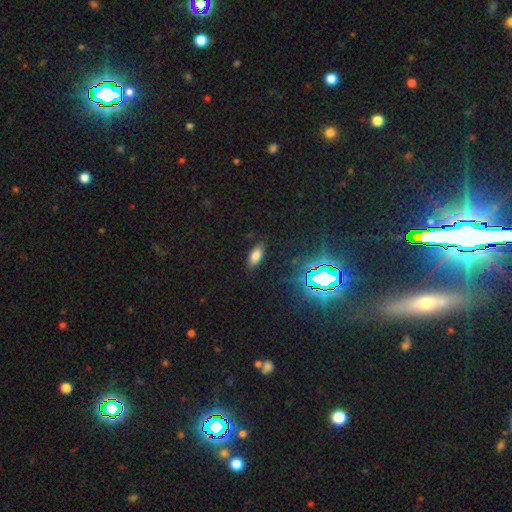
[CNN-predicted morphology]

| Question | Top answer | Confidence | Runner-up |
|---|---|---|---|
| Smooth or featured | smooth | 71% | star or artifact (20%) |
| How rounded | in between | 85% | cigar-shaped (12%) |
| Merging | none | 87% | minor disturbance (9%) |